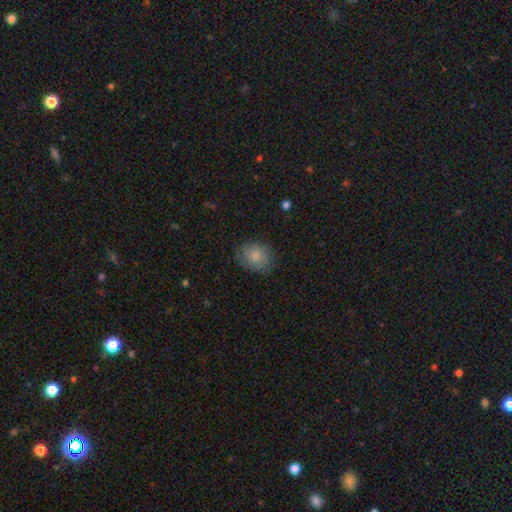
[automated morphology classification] Smooth or featured? Predicted: smooth (p=0.79). How rounded? Predicted: round (p=0.63). Merging? Predicted: none (p=0.75).